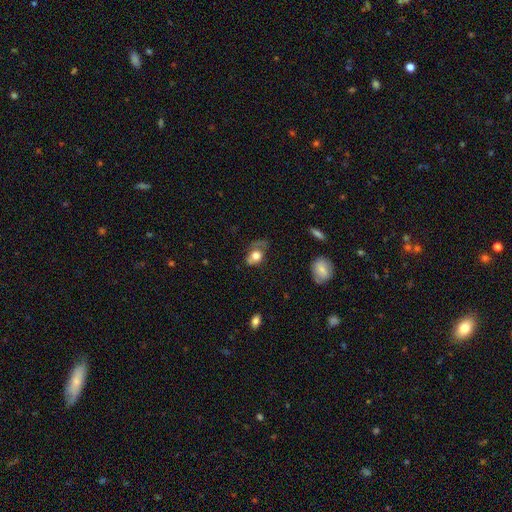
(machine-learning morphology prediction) Smooth or featured?
  - smooth: 63% *
  - featured or disk: 29%
  - star or artifact: 9%
How rounded?
  - in between: 71% *
  - round: 27%
  - cigar-shaped: 2%
Merging?
  - none: 37% *
  - major disturbance: 31%
  - minor disturbance: 29%
  - merger: 3%